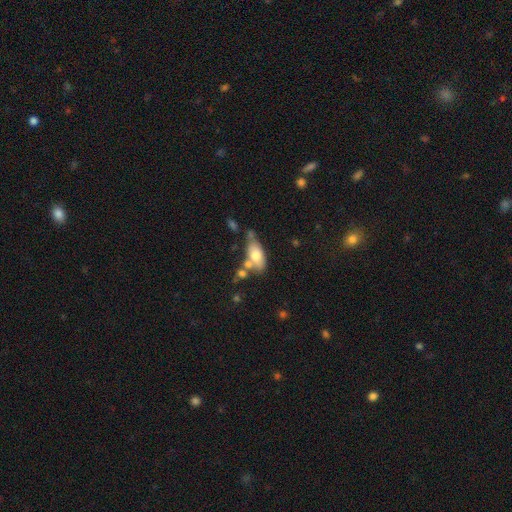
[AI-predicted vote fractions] smooth-or-featured: smooth: 66% | featured or disk: 27% | star or artifact: 7%
  how-rounded: in between: 87% | cigar-shaped: 8% | round: 5%
  merging: none: 44% | merger: 28% | minor disturbance: 20% | major disturbance: 8%